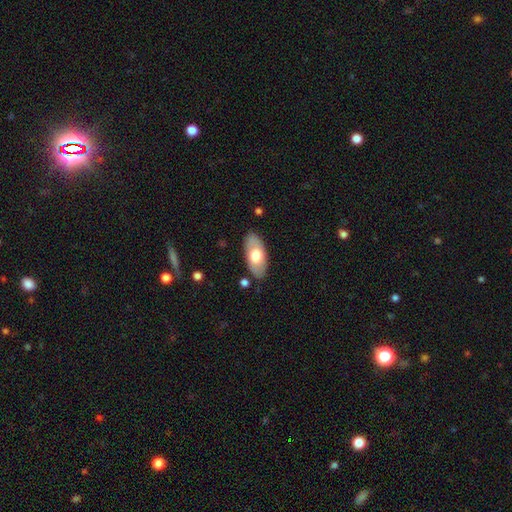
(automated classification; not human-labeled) The model was most divided on "smooth or featured": smooth: 63%, featured or disk: 32%, star or artifact: 5%. More confident: how rounded — in between (91%); merging — none (85%).